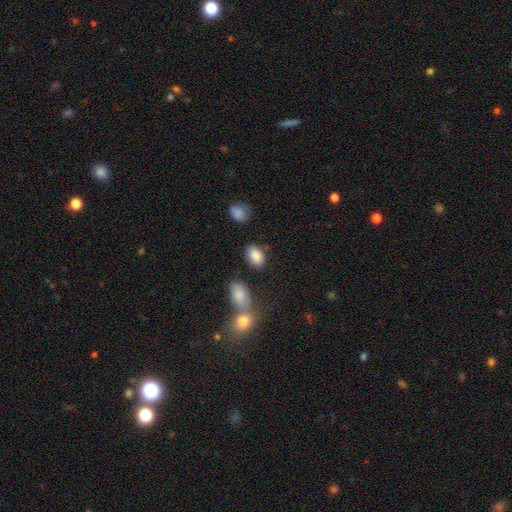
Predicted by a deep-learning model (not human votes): smooth_or_featured: smooth (p=0.87) [alt: star or artifact p=0.08]
how_rounded: in between (p=0.85) [alt: round p=0.13]
merging: none (p=0.77) [alt: minor disturbance p=0.13]